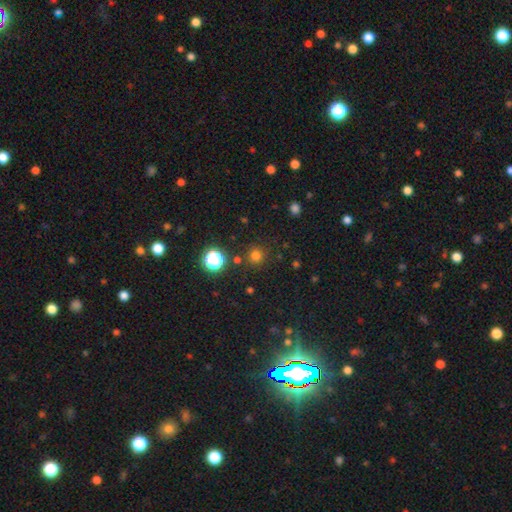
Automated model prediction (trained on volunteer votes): This is likely a smooth galaxy (73%). How rounded: clearly round (94%). Merging: clearly none (86%).